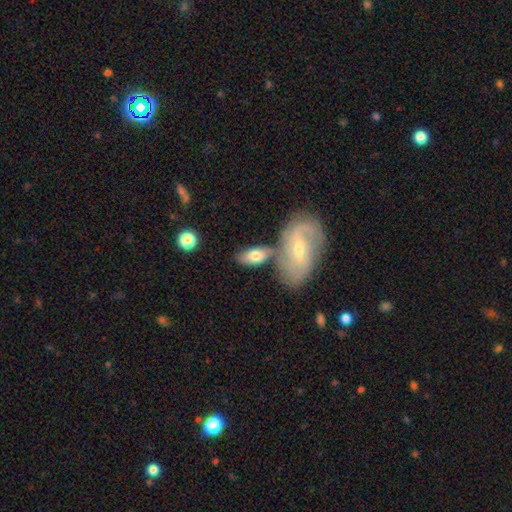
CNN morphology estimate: Smooth or featured?
  - smooth: 64% *
  - featured or disk: 31%
  - star or artifact: 6%
How rounded?
  - in between: 89% *
  - cigar-shaped: 7%
  - round: 4%
Merging?
  - none: 50% *
  - merger: 28%
  - minor disturbance: 16%
  - major disturbance: 6%